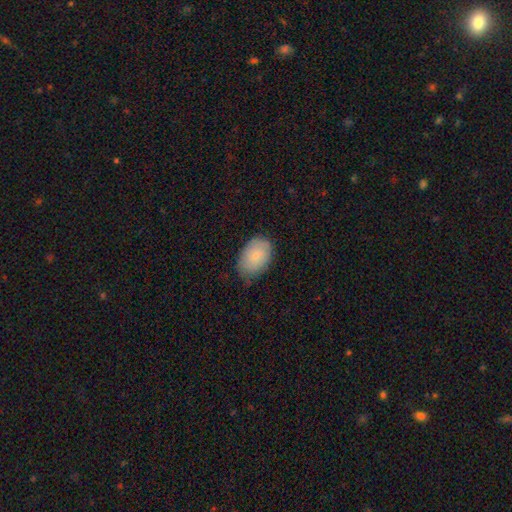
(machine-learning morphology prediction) Smooth or featured? smooth (75%)
How rounded? in between (85%)
Merging? none (68%)